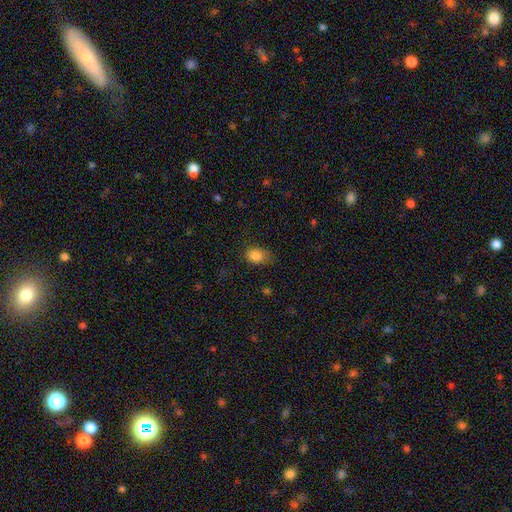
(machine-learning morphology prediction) A smooth galaxy with no disk features (84%) that is in between round and cigar-shaped (72%). Merging: none (65%).